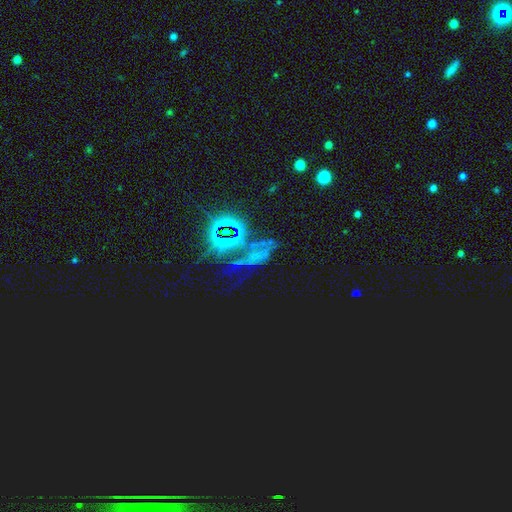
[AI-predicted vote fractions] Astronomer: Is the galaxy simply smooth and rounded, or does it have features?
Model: star or artifact — 67%.